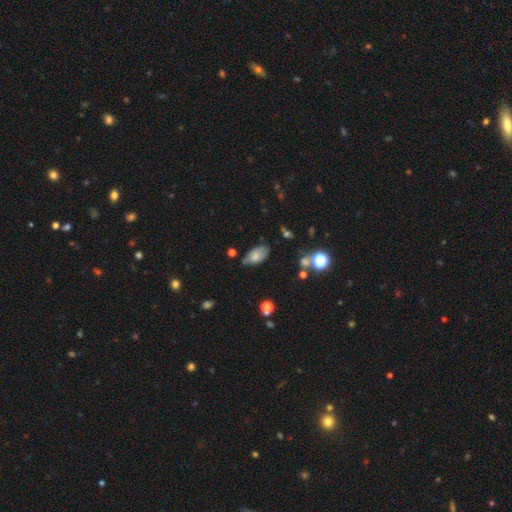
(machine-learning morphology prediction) smooth 76%, featured or disk 14%, star or artifact 10%. Down the decision tree: how rounded — in between (93%); merging — none (54%).